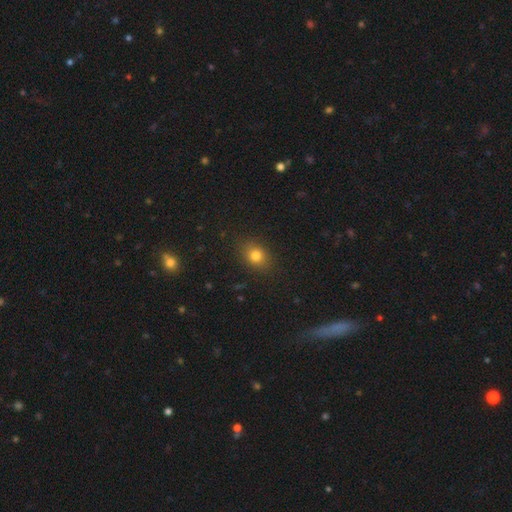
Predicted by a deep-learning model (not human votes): Q: Smooth or featured?
A: smooth (79%); runner-up: star or artifact (13%)
Q: How rounded?
A: in between (50%); runner-up: round (48%)
Q: Merging?
A: none (86%); runner-up: minor disturbance (10%)